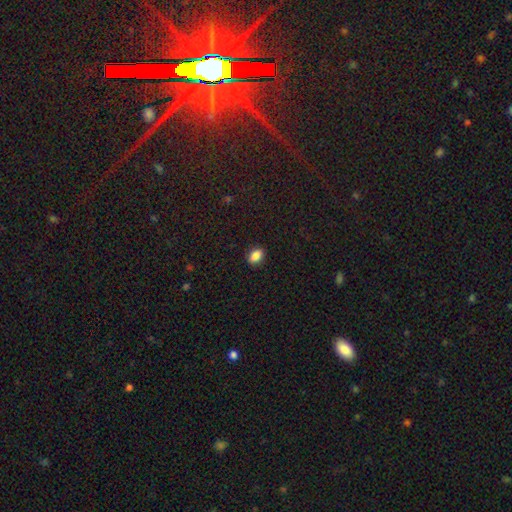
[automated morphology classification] This appears to be a smooth galaxy with no disk features (87%) that is in between round and cigar-shaped (76%). Merging: none (90%).